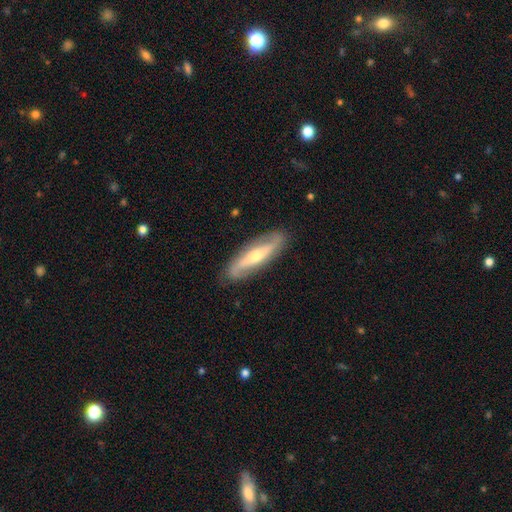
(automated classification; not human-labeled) Smooth or featured? featured or disk (74%)
Edge-on disk? no (72%)
Bar? no (36%)
Spiral arms? yes (83%)
Bulge size? moderate (60%)
Merging? none (86%)